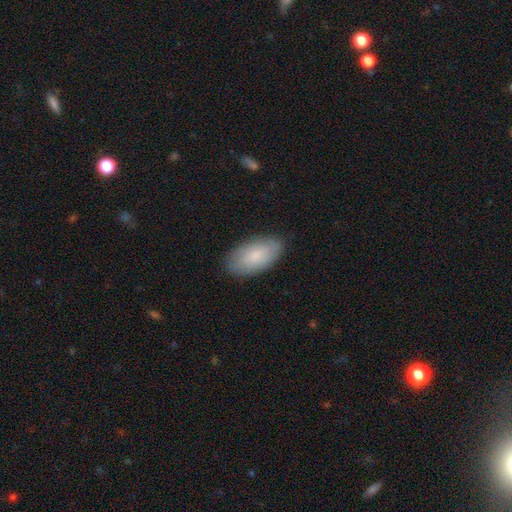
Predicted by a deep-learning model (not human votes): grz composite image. It shows a smooth galaxy with no disk features (79%) that is in between round and cigar-shaped (95%). Merging: none (84%).